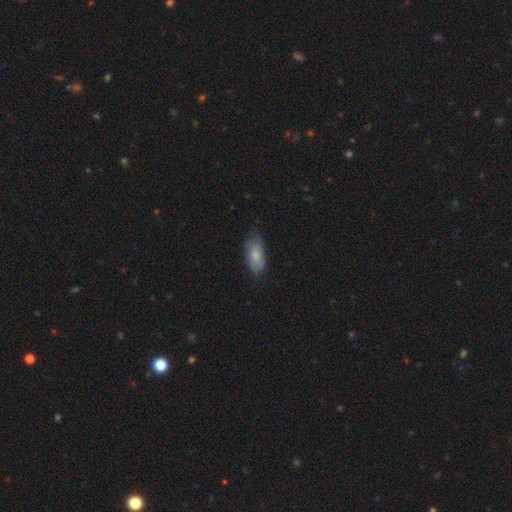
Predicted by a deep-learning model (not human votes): Smooth or featured? smooth (79%)
How rounded? in between (88%)
Merging? none (72%)